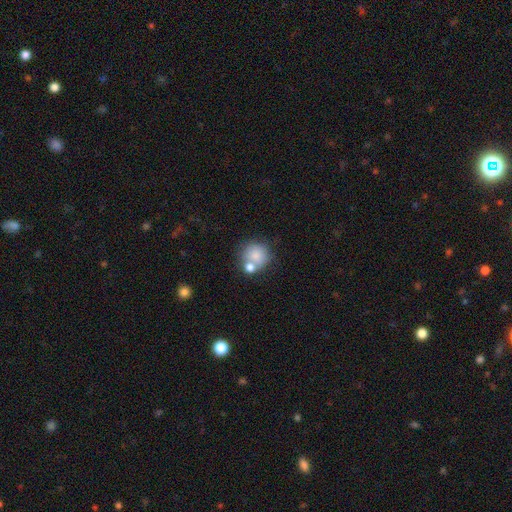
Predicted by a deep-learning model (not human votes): Q: Smooth or featured?
A: smooth (77%); runner-up: featured or disk (13%)
Q: How rounded?
A: round (86%); runner-up: in between (13%)
Q: Merging?
A: none (51%); runner-up: merger (30%)